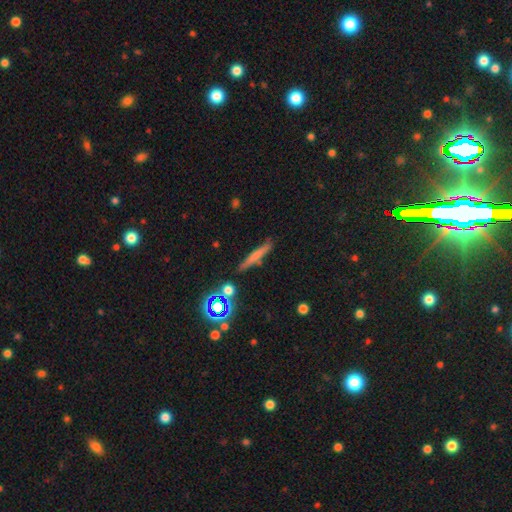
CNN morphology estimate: type=smooth (59%); roundness=cigar-shaped (90%); merging=none (82%).